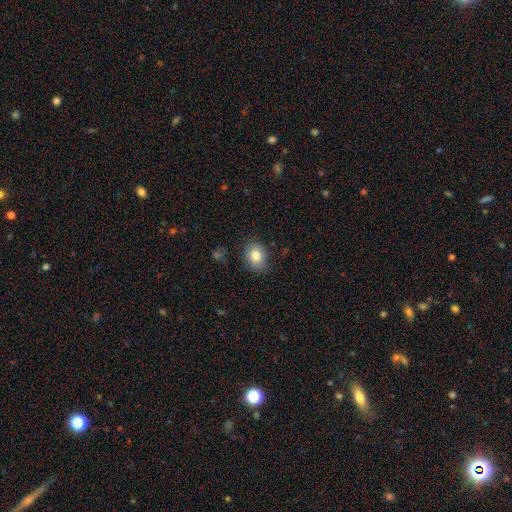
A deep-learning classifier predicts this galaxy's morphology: Smooth or featured: smooth — 81% (featured or disk — 10%)
How rounded: in between — 61% (round — 38%)
Merging: none — 81% (minor disturbance — 15%)